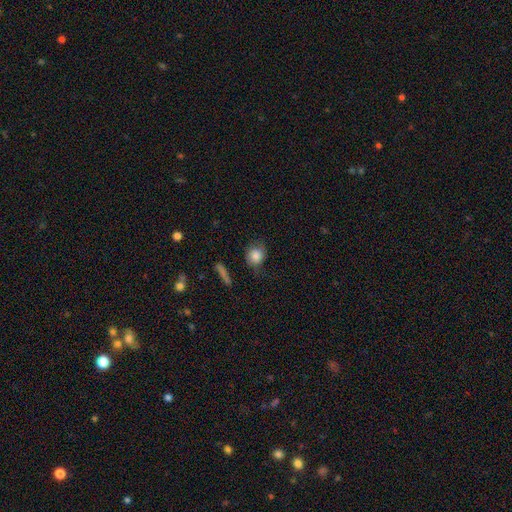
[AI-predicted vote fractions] Smooth or featured? smooth (80%)
How rounded? round (74%)
Merging? none (64%)